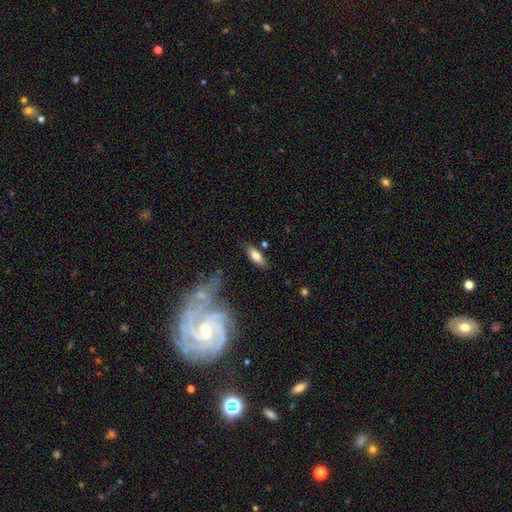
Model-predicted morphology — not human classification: type=smooth (77%); roundness=in between (75%); merging=none (76%).